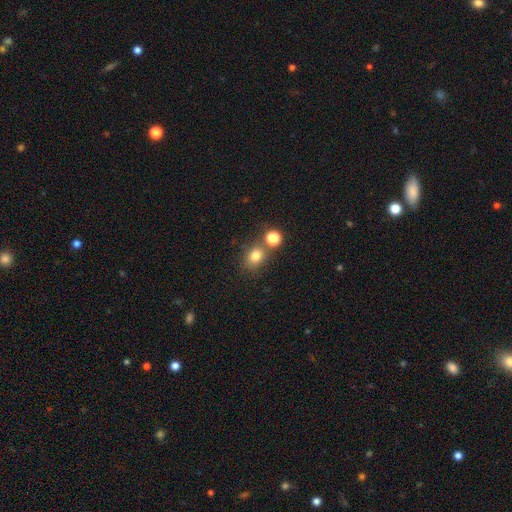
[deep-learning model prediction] This appears to be a smooth galaxy with no disk features (78%) that is round (61%). Merging: none (65%).